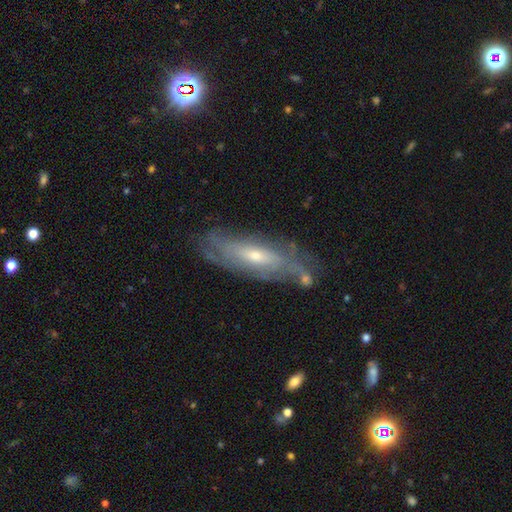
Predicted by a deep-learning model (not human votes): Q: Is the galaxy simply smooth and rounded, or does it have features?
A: featured or disk — 68%.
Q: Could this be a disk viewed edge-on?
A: no — 69%.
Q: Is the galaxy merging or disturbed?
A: none — 59%.